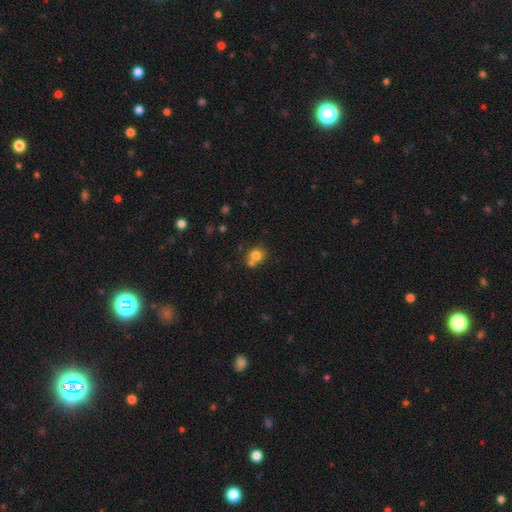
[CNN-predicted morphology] The model was most divided on "merging": none: 52%, merger: 34%, minor disturbance: 11%, major disturbance: 4%. More confident: smooth or featured — smooth (77%); how rounded — round (72%).